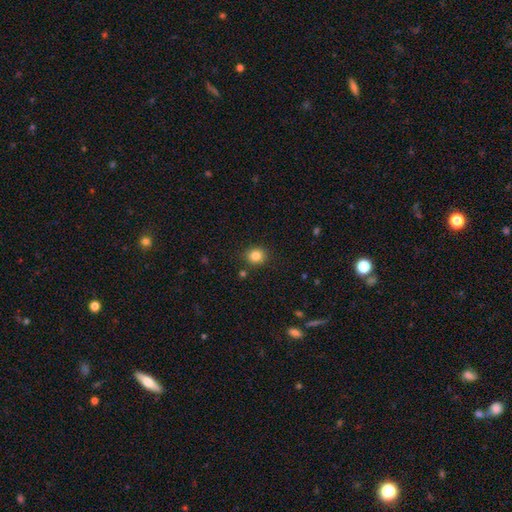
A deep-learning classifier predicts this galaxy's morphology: Smooth or featured?
  - smooth: 84% *
  - star or artifact: 11%
  - featured or disk: 5%
How rounded?
  - round: 78% *
  - in between: 21%
  - cigar-shaped: 1%
Merging?
  - none: 86% *
  - minor disturbance: 9%
  - merger: 3%
  - major disturbance: 2%